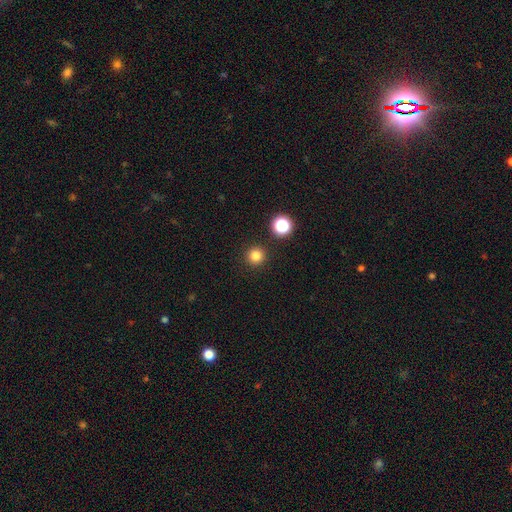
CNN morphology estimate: Smooth or featured? Predicted: smooth (p=0.81). How rounded? Predicted: round (p=0.96). Merging? Predicted: none (p=0.91).